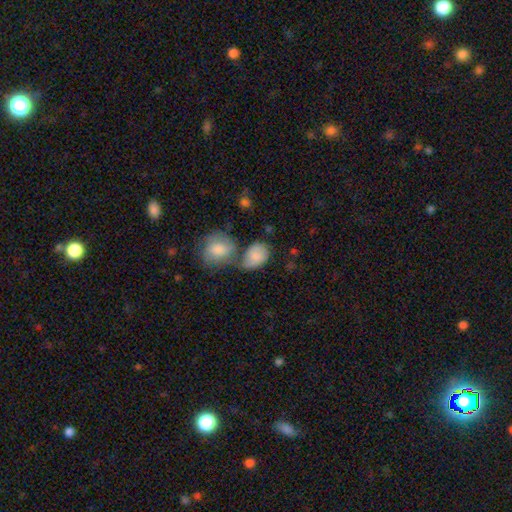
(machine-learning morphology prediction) smooth-or-featured: smooth: 77% | featured or disk: 16% | star or artifact: 7%
  how-rounded: in between: 69% | round: 29% | cigar-shaped: 1%
  merging: merger: 40% | none: 32% | minor disturbance: 18% | major disturbance: 9%